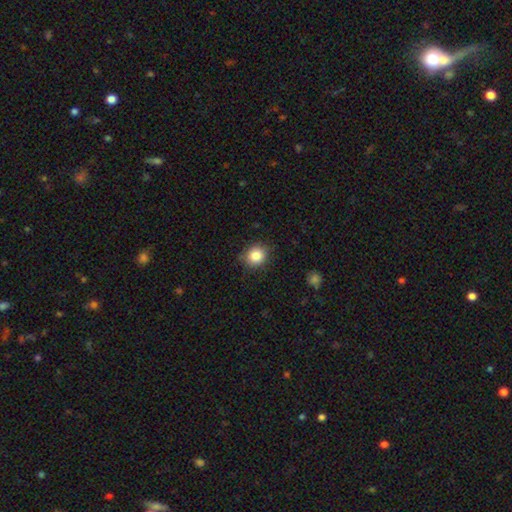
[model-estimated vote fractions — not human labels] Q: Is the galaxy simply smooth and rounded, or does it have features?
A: smooth — 85%.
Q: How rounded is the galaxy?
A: round — 76%.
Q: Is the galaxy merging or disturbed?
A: none — 83%.